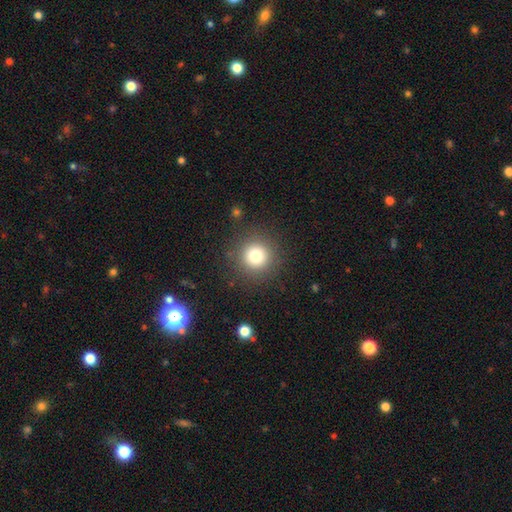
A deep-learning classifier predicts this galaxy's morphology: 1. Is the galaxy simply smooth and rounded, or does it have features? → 76% smooth, 16% star or artifact, 8% featured or disk.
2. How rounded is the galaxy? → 95% round, 4% in between, 1% cigar-shaped.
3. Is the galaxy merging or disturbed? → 90% none, 6% minor disturbance, 3% major disturbance, 2% merger.